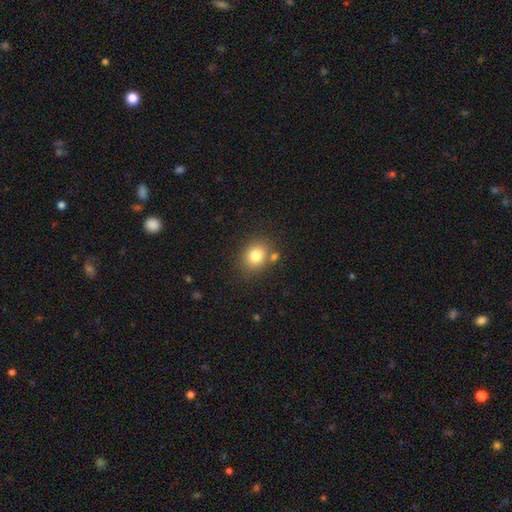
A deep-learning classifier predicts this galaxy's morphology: Overall: smooth (80%). How rounded: round (63%; in between 36%). Merging: none (75%).